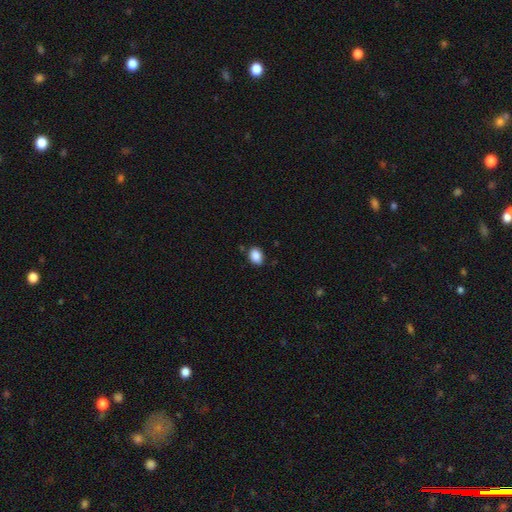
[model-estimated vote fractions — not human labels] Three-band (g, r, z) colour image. It shows a smooth galaxy with no disk features (88%) that is in between round and cigar-shaped (68%). Merging: none (81%).